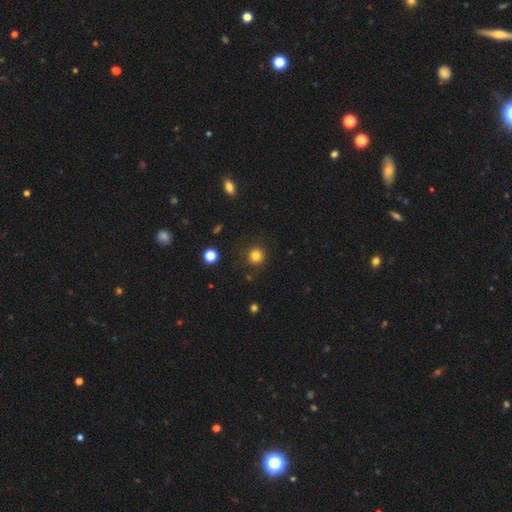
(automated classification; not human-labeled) Q: Smooth or featured?
A: smooth (82%); runner-up: star or artifact (13%)
Q: How rounded?
A: round (94%); runner-up: in between (5%)
Q: Merging?
A: none (88%); runner-up: minor disturbance (8%)